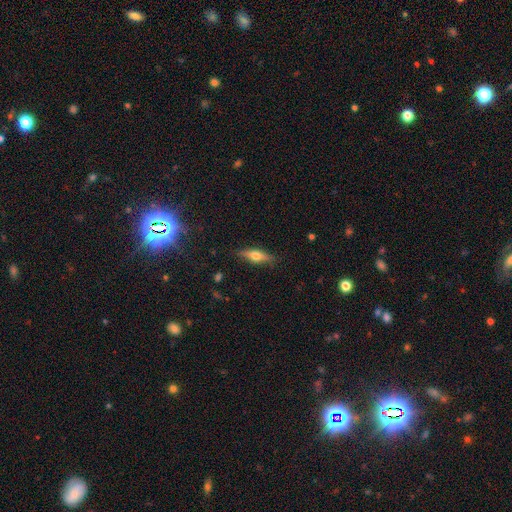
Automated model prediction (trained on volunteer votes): Smooth or featured? featured or disk (52%)
Edge-on disk? yes (92%)
Merging? none (86%)